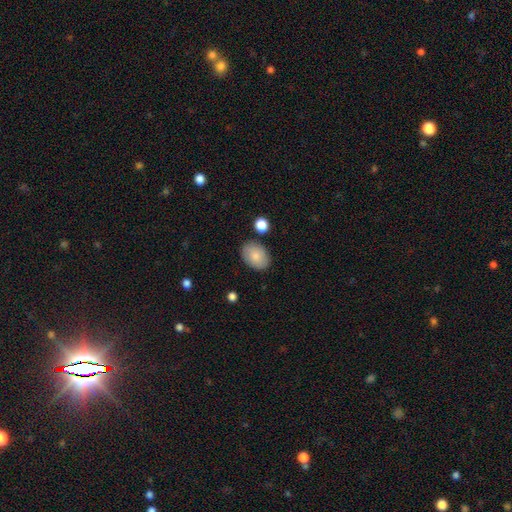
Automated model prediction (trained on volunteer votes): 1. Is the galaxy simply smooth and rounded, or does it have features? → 83% smooth, 10% featured or disk, 7% star or artifact.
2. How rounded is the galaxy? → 81% in between, 18% round, 1% cigar-shaped.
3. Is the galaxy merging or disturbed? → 83% none, 11% minor disturbance, 3% merger, 3% major disturbance.